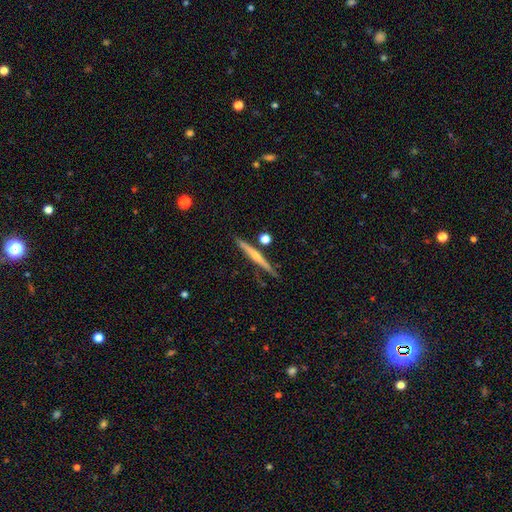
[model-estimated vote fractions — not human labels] This appears to be a featured or disk galaxy (66%) viewed edge-on (97%) with a rounded central bulge (71%). Merging: none (83%).